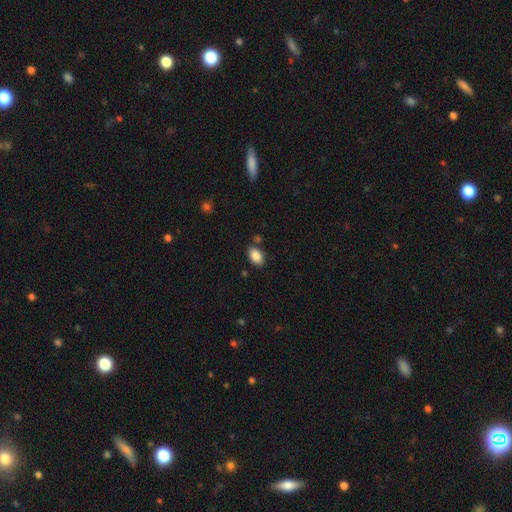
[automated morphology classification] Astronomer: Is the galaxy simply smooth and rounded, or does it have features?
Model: smooth — 87%.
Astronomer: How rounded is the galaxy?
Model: in between — 90%.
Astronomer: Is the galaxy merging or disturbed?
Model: none — 80%.